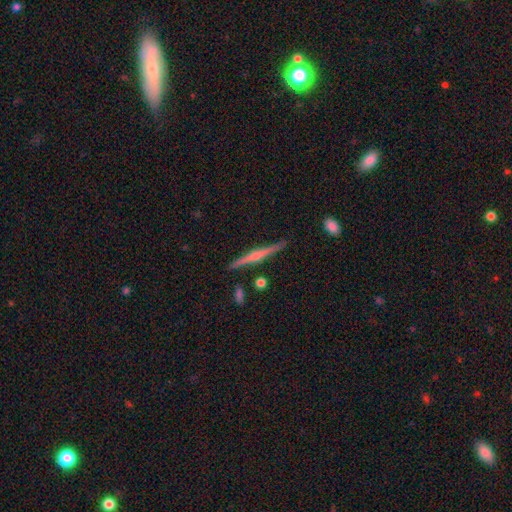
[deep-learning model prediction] Smooth or featured? featured or disk (72%)
Edge-on disk? yes (98%)
Edge-on bulge? rounded (71%)
Merging? none (88%)